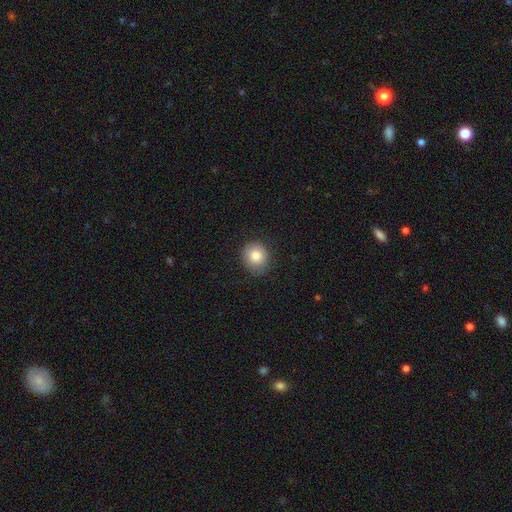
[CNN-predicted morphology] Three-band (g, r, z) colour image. It shows a smooth galaxy with no disk features (84%) that is round (83%). Merging: none (82%).